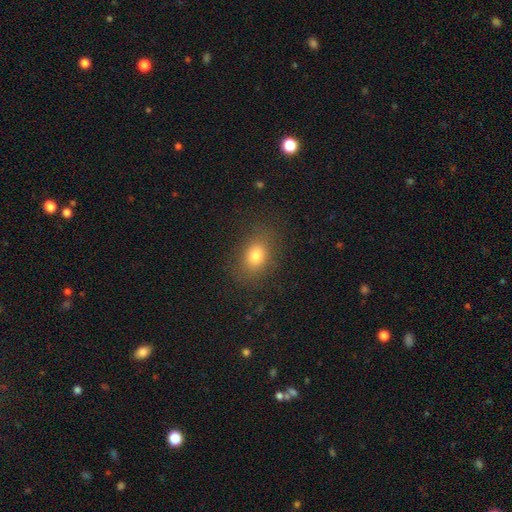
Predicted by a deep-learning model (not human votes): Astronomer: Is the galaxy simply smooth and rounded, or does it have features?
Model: smooth — 78%.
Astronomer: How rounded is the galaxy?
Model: in between — 72%.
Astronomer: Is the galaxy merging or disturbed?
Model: none — 82%.